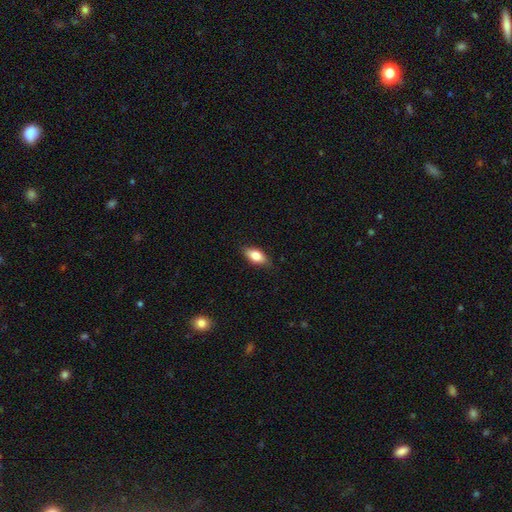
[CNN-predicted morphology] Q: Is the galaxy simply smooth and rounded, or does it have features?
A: smooth — 79%.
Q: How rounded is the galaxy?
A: in between — 86%.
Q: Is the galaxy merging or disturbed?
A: none — 83%.